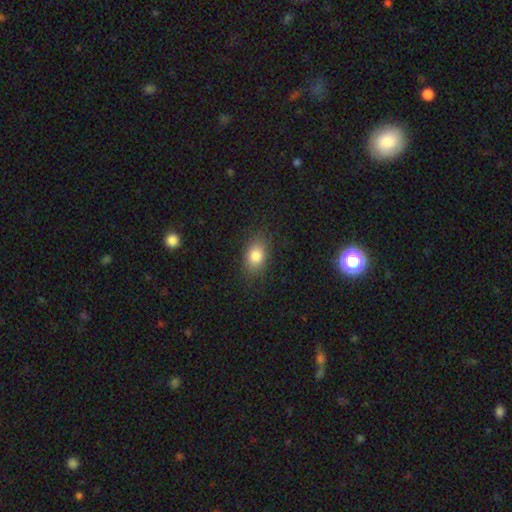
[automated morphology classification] The model was most divided on "how rounded": in between: 79%, round: 18%, cigar-shaped: 2%. More confident: merging — none (83%); smooth or featured — smooth (82%).